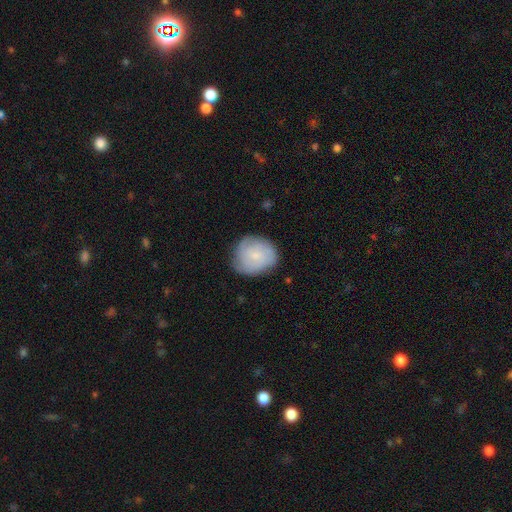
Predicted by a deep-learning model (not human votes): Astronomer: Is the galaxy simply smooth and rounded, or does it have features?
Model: smooth — 56% (runner-up: featured or disk, 37%).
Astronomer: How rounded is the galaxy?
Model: round — 77%.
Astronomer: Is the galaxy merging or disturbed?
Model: none — 70%.